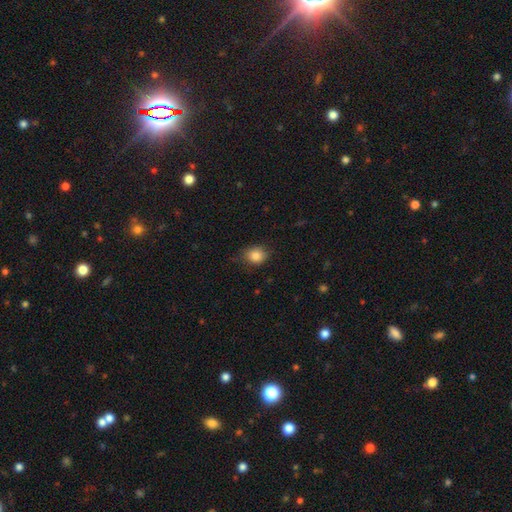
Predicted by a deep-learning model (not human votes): Q: Smooth or featured?
A: smooth (85%); runner-up: star or artifact (10%)
Q: How rounded?
A: round (65%); runner-up: in between (34%)
Q: Merging?
A: none (74%); runner-up: minor disturbance (21%)